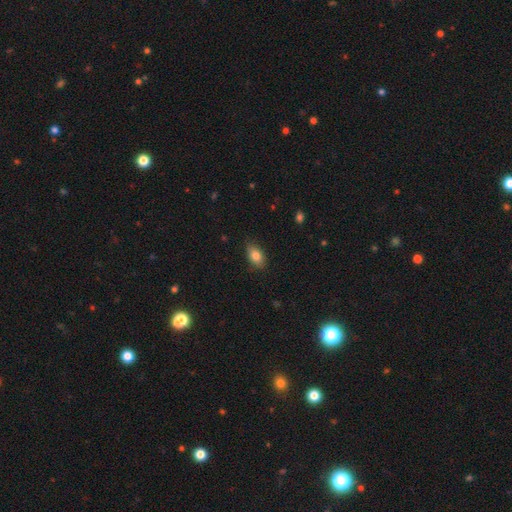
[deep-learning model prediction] smooth_or_featured: smooth (p=0.83) [alt: featured or disk p=0.09]
how_rounded: in between (p=0.87) [alt: round p=0.11]
merging: none (p=0.81) [alt: minor disturbance p=0.15]